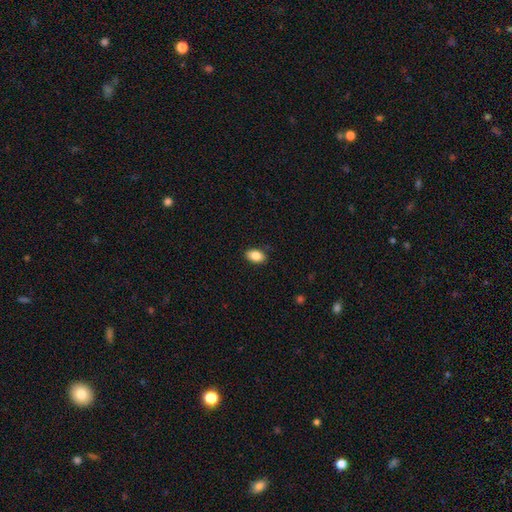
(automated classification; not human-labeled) This appears to be a smooth galaxy with no disk features (84%) that is in between round and cigar-shaped (90%). Merging: none (87%).